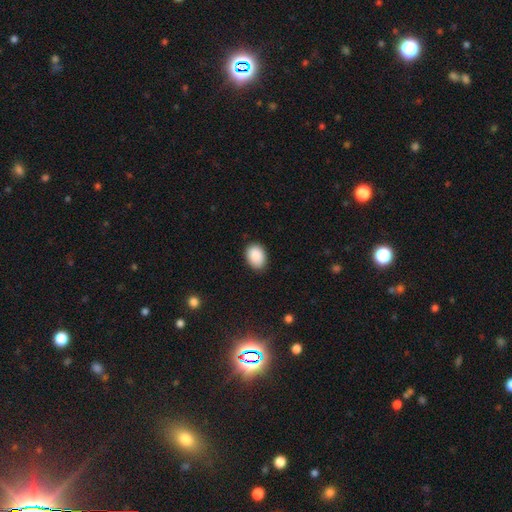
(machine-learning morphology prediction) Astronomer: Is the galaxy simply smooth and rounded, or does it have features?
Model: smooth — 88%.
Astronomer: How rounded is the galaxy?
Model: in between — 75%.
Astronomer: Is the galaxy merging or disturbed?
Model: none — 86%.